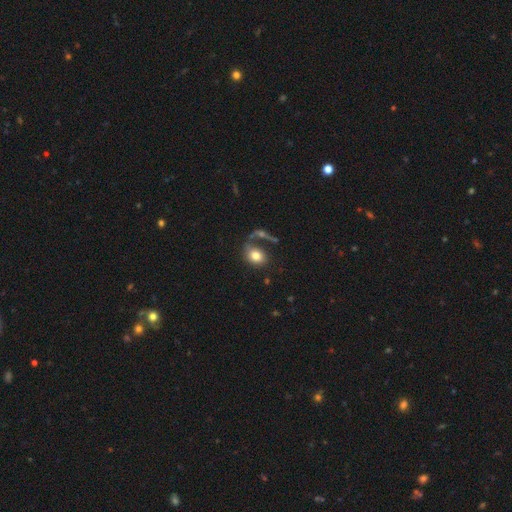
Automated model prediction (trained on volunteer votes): Morphology: type=smooth (76%); roundness=in between (51%); merging=none (49%).